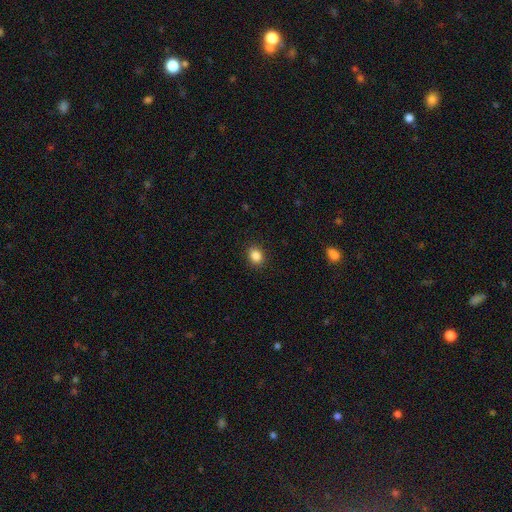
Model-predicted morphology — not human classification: A smooth galaxy with no disk features (86%) that is round (52%). Merging: none (90%).